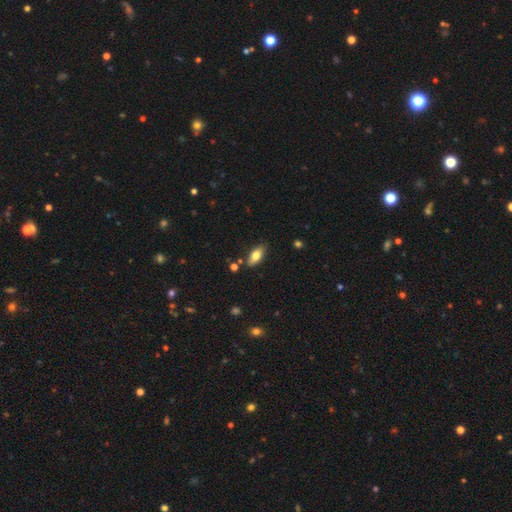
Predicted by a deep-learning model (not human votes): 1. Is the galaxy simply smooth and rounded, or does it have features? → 74% smooth, 19% featured or disk, 7% star or artifact.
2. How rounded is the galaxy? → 85% in between, 12% cigar-shaped, 3% round.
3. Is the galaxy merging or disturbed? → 82% none, 12% minor disturbance, 4% merger, 2% major disturbance.